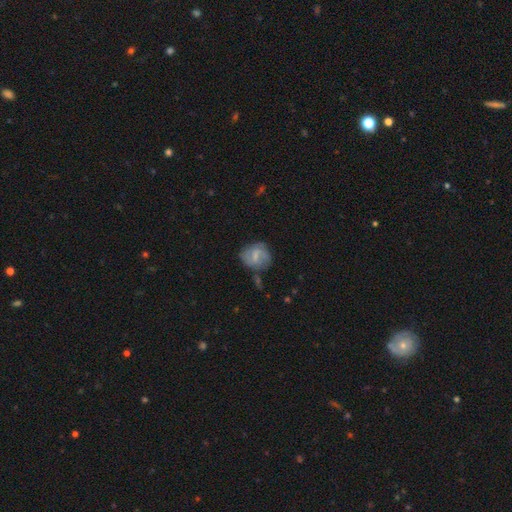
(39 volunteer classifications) Smooth or featured: smooth — 49% (featured or disk — 44%)
How rounded: round — 58% (in between — 37%)
Merging: none — 53% (minor disturbance — 36%)